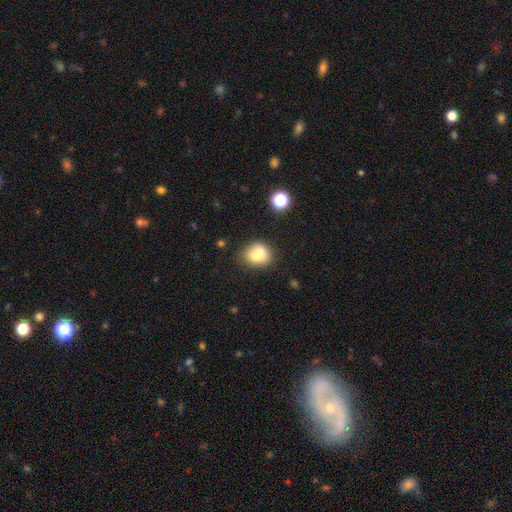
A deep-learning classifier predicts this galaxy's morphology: Q: Smooth or featured?
A: smooth (70%); runner-up: featured or disk (20%)
Q: How rounded?
A: round (70%); runner-up: in between (30%)
Q: Merging?
A: merger (45%); runner-up: none (41%)